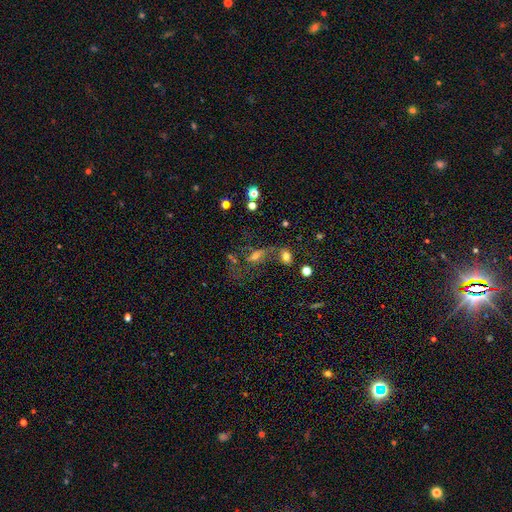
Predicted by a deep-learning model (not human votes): smooth-or-featured: smooth: 41% | featured or disk: 34% | star or artifact: 25%
  merging: merger: 31% | none: 30% | major disturbance: 25% | minor disturbance: 14%